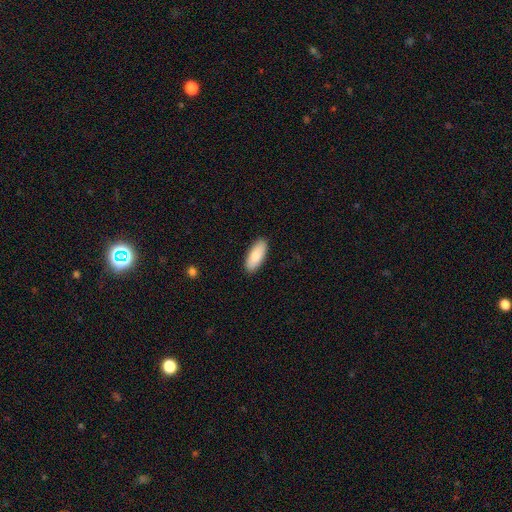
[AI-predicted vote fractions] Overall: smooth (85%). How rounded: in between (79%). Merging: none (90%).